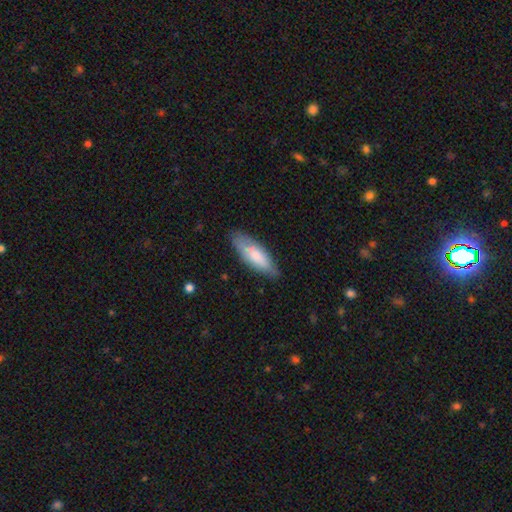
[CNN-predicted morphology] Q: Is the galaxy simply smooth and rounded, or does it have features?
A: smooth — 72%.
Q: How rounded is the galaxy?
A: in between — 61%.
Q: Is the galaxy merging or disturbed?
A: none — 76%.